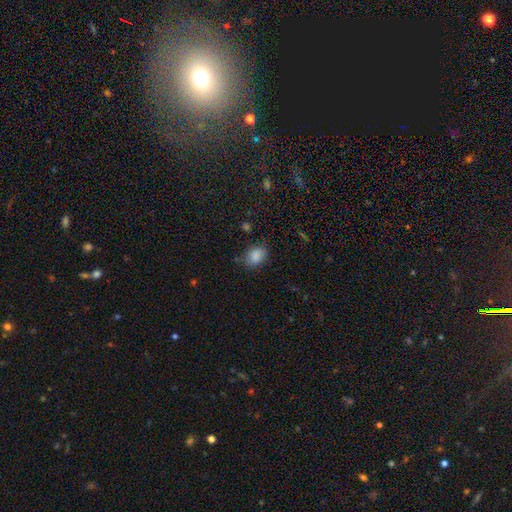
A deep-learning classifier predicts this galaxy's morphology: The model was most divided on "how rounded": in between: 72%, round: 27%, cigar-shaped: 1%. More confident: smooth or featured — smooth (85%); merging — none (71%).